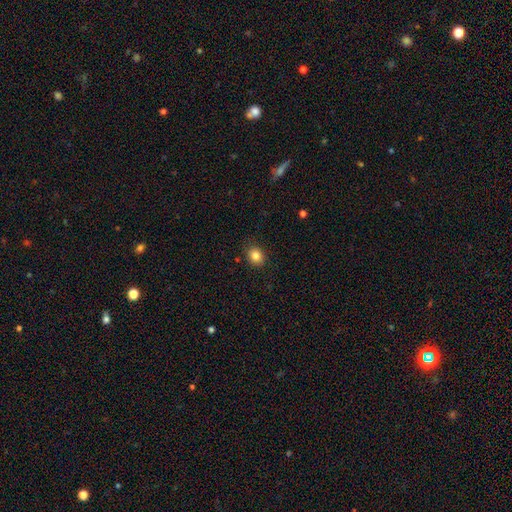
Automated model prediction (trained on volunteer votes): smooth_or_featured: smooth (p=0.83) [alt: star or artifact p=0.11]
how_rounded: round (p=0.62) [alt: in between p=0.37]
merging: none (p=0.86) [alt: minor disturbance p=0.10]